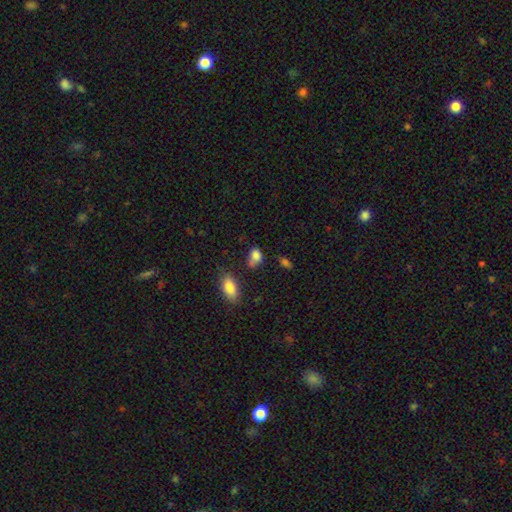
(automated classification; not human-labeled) This is clearly a smooth galaxy (81%). How rounded: likely in between (67%). Merging: marginally none (44%).